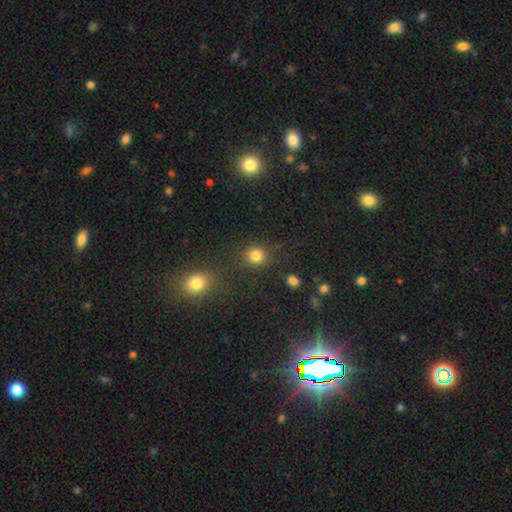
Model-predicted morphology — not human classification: smooth 81%, star or artifact 14%, featured or disk 5%. Down the decision tree: how rounded — round (86%); merging — none (80%).